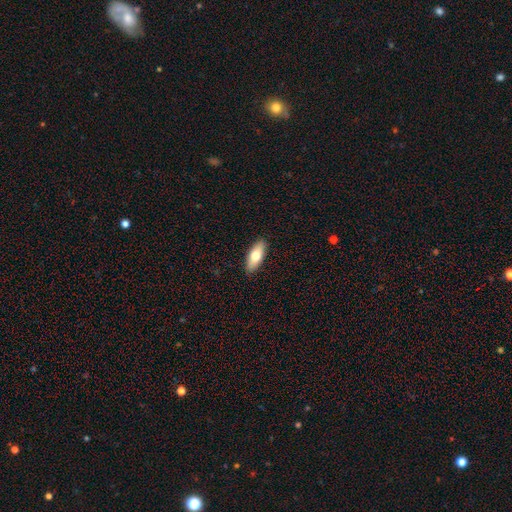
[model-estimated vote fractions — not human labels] smooth-or-featured: smooth: 73% | featured or disk: 21% | star or artifact: 6%
  how-rounded: in between: 78% | cigar-shaped: 20% | round: 3%
  merging: none: 90% | minor disturbance: 8% | major disturbance: 2% | merger: 1%